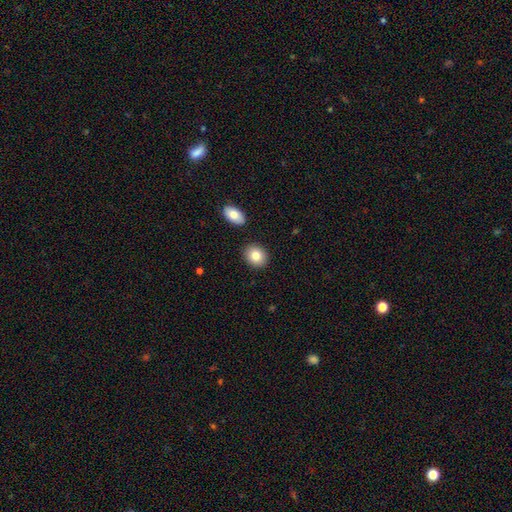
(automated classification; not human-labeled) Smooth or featured? Predicted: smooth (p=0.83). How rounded? Predicted: round (p=0.54). Merging? Predicted: none (p=0.86).